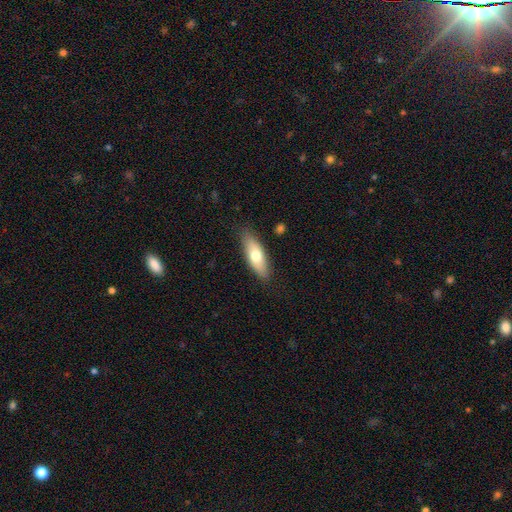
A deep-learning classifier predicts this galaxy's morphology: smooth-or-featured: smooth: 67% | featured or disk: 28% | star or artifact: 6%
  how-rounded: in between: 61% | cigar-shaped: 37% | round: 2%
  merging: none: 83% | minor disturbance: 13% | major disturbance: 3% | merger: 1%